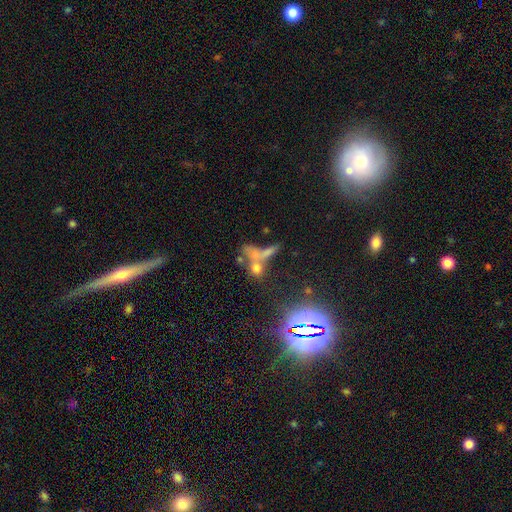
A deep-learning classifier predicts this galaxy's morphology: Smooth or featured? star or artifact (41%)